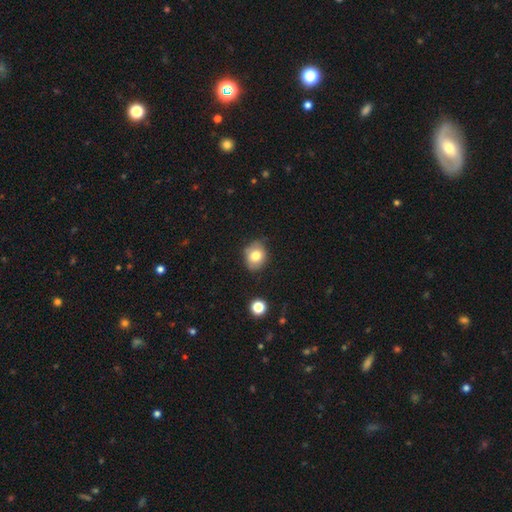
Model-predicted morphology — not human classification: Smooth or featured?
  - smooth: 77% *
  - featured or disk: 14%
  - star or artifact: 10%
How rounded?
  - round: 58% *
  - in between: 41%
  - cigar-shaped: 1%
Merging?
  - none: 76% *
  - minor disturbance: 19%
  - major disturbance: 3%
  - merger: 2%